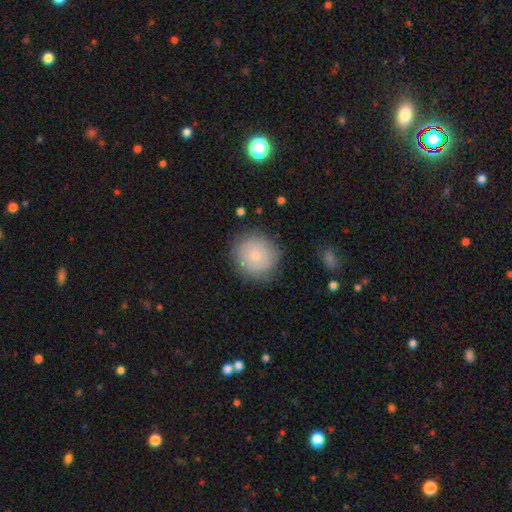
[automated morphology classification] Smooth or featured? Predicted: smooth (p=0.71). How rounded? Predicted: round (p=0.92). Merging? Predicted: none (p=0.82).